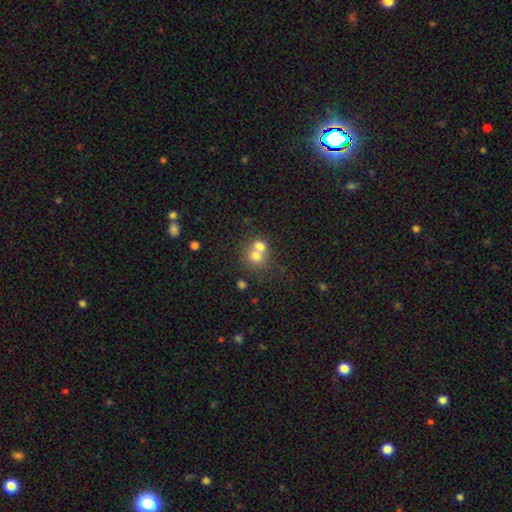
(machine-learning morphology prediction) A smooth galaxy with no disk features (69%) that is round (77%). Merging: merger (61%).